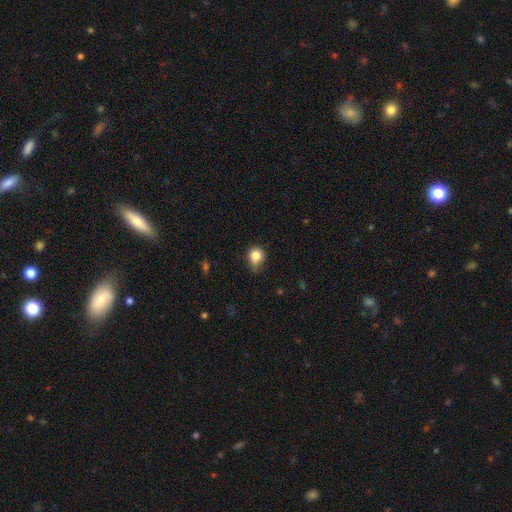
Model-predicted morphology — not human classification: type=smooth (83%); roundness=round (75%); merging=none (51%).